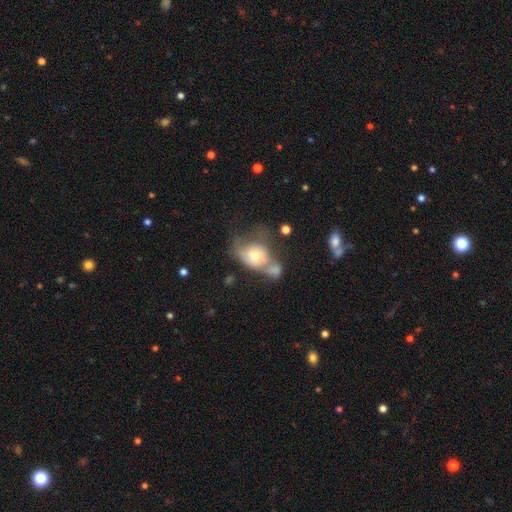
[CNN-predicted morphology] Q: Smooth or featured?
A: smooth (61%); runner-up: featured or disk (30%)
Q: How rounded?
A: in between (61%); runner-up: round (38%)
Q: Merging?
A: merger (45%); runner-up: major disturbance (22%)